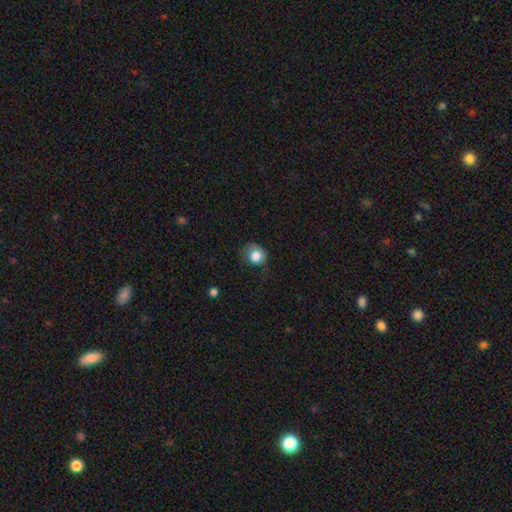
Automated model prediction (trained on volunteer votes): Smooth or featured? Predicted: smooth (p=0.81). How rounded? Predicted: round (p=0.75). Merging? Predicted: none (p=0.44).